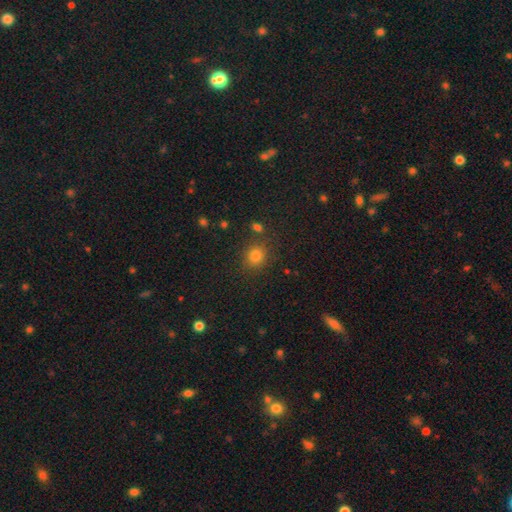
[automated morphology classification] A smooth galaxy with no disk features (80%) that is round (80%). Merging: none (81%).